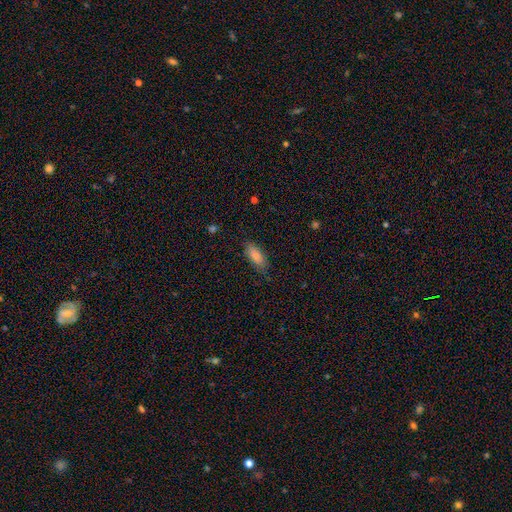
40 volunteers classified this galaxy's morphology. Volunteers were most divided on "how rounded": in between: 78%, cigar-shaped: 22%, round: 0%. More confident: smooth or featured — smooth (90%); merging — none (77%).